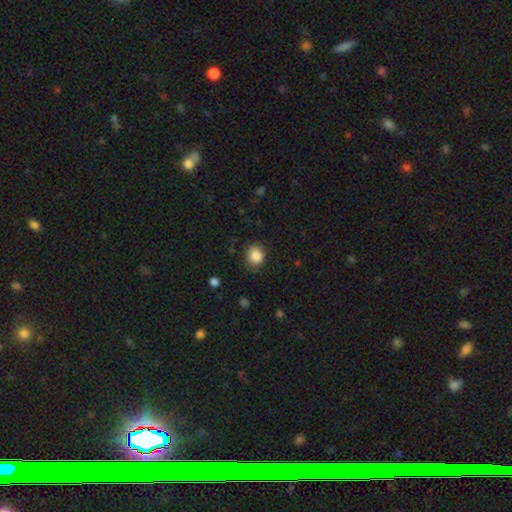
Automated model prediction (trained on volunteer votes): Smooth or featured? smooth (87%)
How rounded? round (72%)
Merging? none (80%)